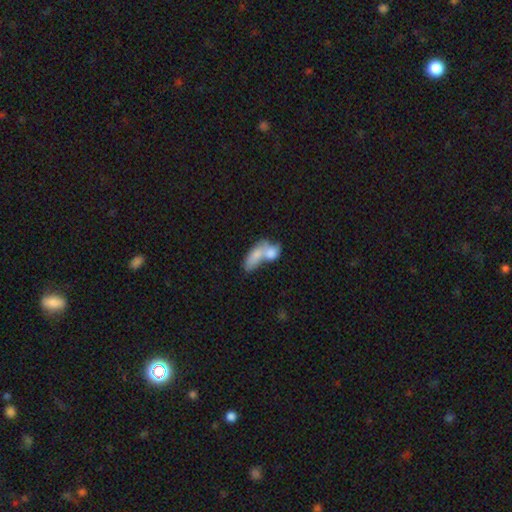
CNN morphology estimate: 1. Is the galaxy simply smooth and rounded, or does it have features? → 72% smooth, 21% featured or disk, 7% star or artifact.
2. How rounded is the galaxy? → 75% in between, 13% cigar-shaped, 12% round.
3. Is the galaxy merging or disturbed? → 73% merger, 13% none, 7% major disturbance, 6% minor disturbance.